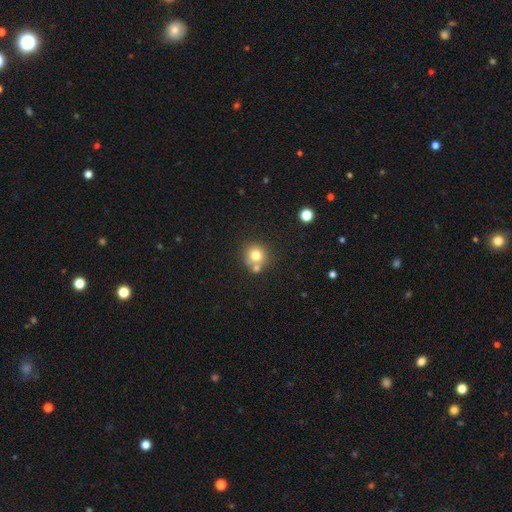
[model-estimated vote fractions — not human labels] Smooth or featured: smooth — 76% (star or artifact — 12%)
How rounded: round — 90% (in between — 9%)
Merging: none — 62% (merger — 24%)